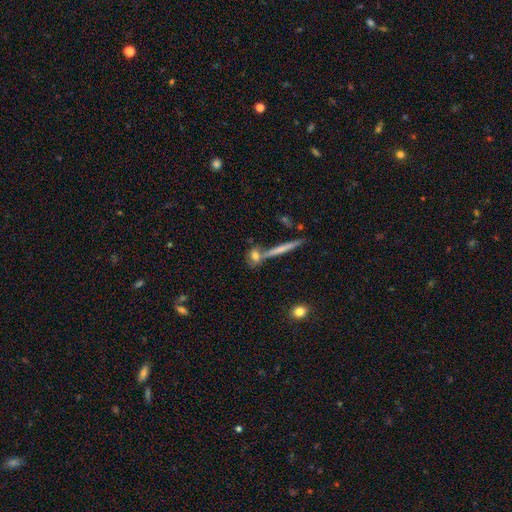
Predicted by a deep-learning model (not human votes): A smooth galaxy with no disk features (64%) that is cigar-shaped (40%).

Vote fractions:
- Smooth or featured? smooth: 64% / featured or disk: 26% / star or artifact: 10%
- How rounded? cigar-shaped: 40% / in between: 33% / round: 27%
- Merging? none: 57% / merger: 25% / minor disturbance: 13% / major disturbance: 6%